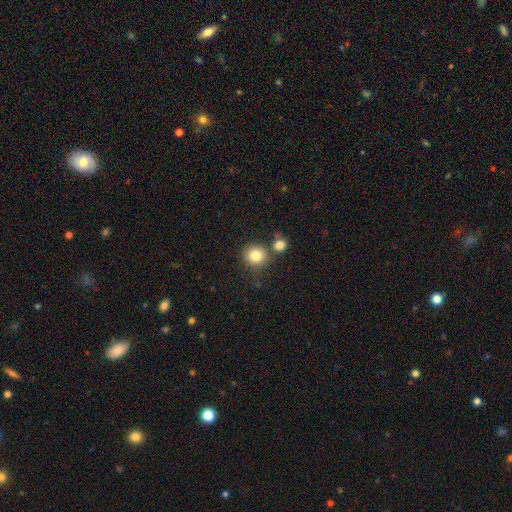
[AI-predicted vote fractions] smooth_or_featured: smooth (p=0.82) [alt: star or artifact p=0.11]
how_rounded: round (p=0.90) [alt: in between p=0.09]
merging: none (p=0.71) [alt: merger p=0.17]